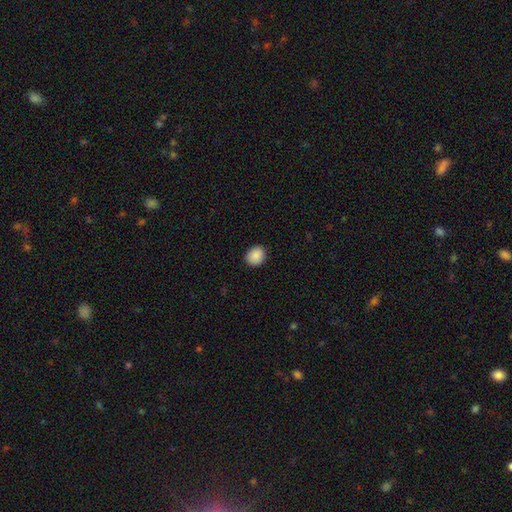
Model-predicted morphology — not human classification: The model was most divided on "how rounded": round: 65%, in between: 34%, cigar-shaped: 1%. More confident: smooth or featured — smooth (89%); merging — none (89%).